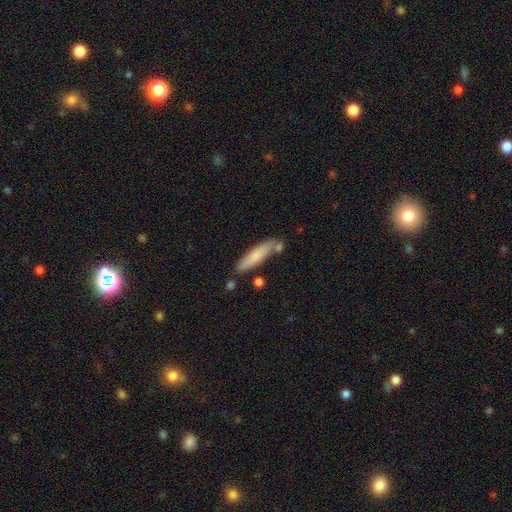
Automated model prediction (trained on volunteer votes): Smooth or featured? Predicted: smooth (p=0.75). How rounded? Predicted: cigar-shaped (p=0.74). Merging? Predicted: none (p=0.70).